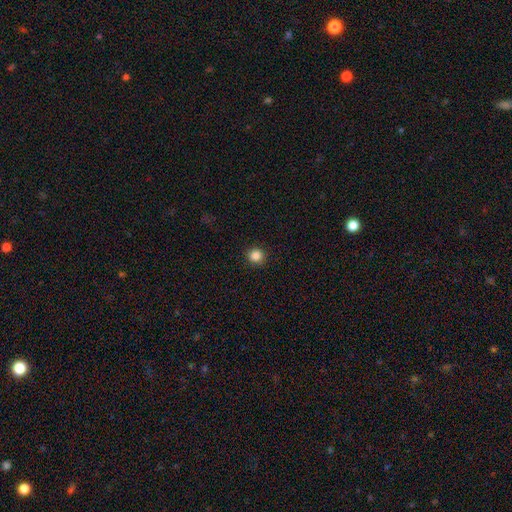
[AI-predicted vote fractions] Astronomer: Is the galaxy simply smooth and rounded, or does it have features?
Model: smooth — 86%.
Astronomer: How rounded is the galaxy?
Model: round — 95%.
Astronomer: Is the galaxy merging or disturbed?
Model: none — 93%.